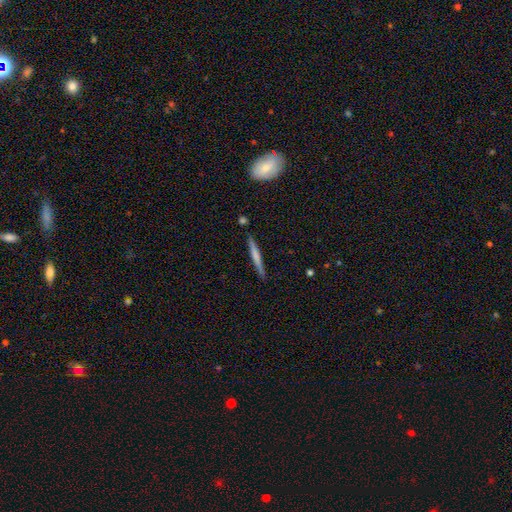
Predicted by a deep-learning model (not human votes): A smooth galaxy with no disk features (58%) that is cigar-shaped (96%). Merging: none (87%).